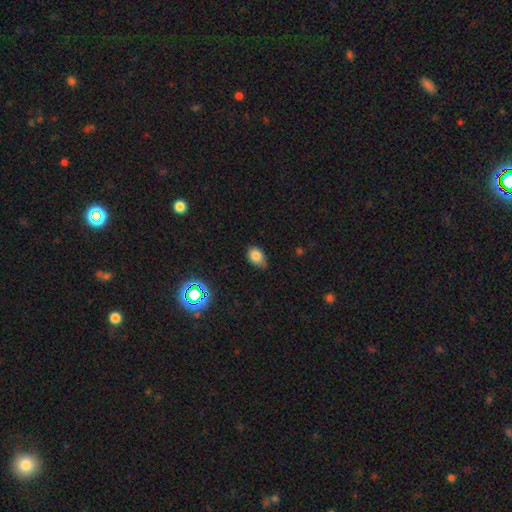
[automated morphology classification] Smooth or featured?
  - smooth: 80% *
  - star or artifact: 13%
  - featured or disk: 8%
How rounded?
  - in between: 77% *
  - round: 22%
  - cigar-shaped: 1%
Merging?
  - none: 61% *
  - minor disturbance: 32%
  - major disturbance: 5%
  - merger: 2%